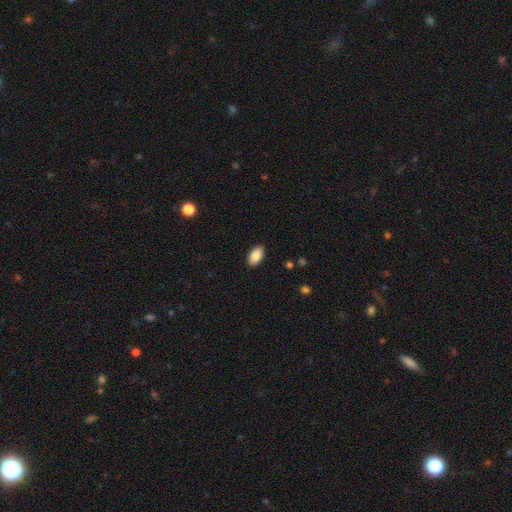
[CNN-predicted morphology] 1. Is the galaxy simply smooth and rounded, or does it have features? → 88% smooth, 7% star or artifact, 5% featured or disk.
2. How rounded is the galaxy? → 94% in between, 3% round, 3% cigar-shaped.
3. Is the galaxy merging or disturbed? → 89% none, 8% minor disturbance, 2% major disturbance, 1% merger.